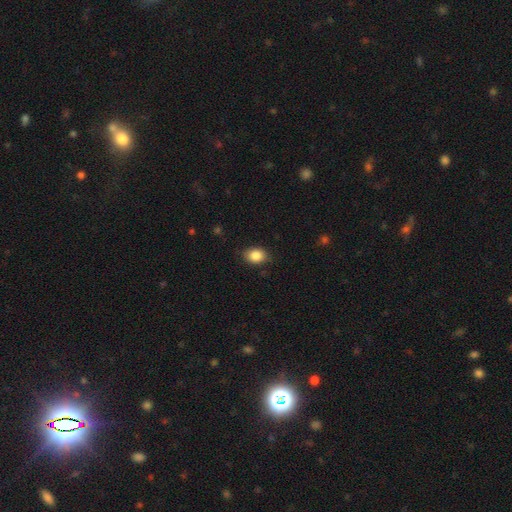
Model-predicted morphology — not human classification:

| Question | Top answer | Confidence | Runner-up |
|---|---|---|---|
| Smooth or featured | smooth | 86% | star or artifact (8%) |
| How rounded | in between | 70% | round (29%) |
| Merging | none | 82% | minor disturbance (14%) |